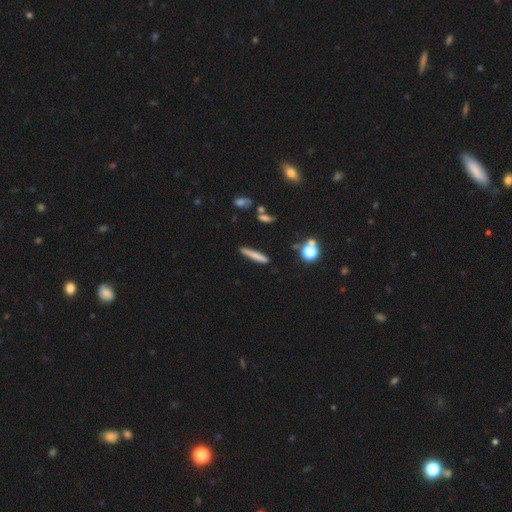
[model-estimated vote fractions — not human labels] A smooth galaxy with no disk features (72%) that is cigar-shaped (92%). Merging: none (84%).